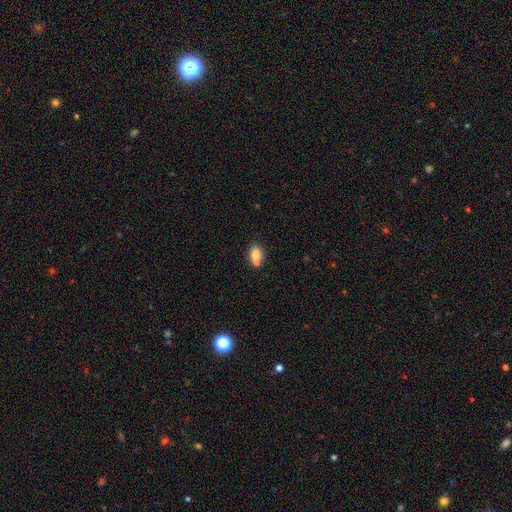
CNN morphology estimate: Q: Smooth or featured?
A: smooth (77%); runner-up: featured or disk (14%)
Q: How rounded?
A: in between (74%); runner-up: round (24%)
Q: Merging?
A: none (46%); runner-up: merger (38%)